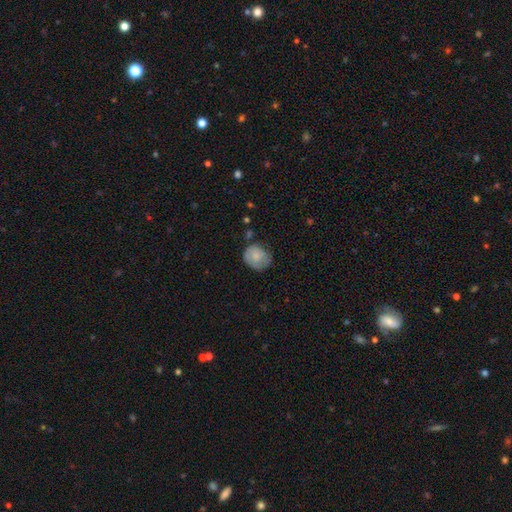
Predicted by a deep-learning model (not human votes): A smooth galaxy with no disk features (71%) that is round (67%).

Vote fractions:
- Smooth or featured? smooth: 71% / featured or disk: 21% / star or artifact: 7%
- How rounded? round: 67% / in between: 32% / cigar-shaped: 1%
- Merging? none: 57% / minor disturbance: 31% / major disturbance: 10% / merger: 3%